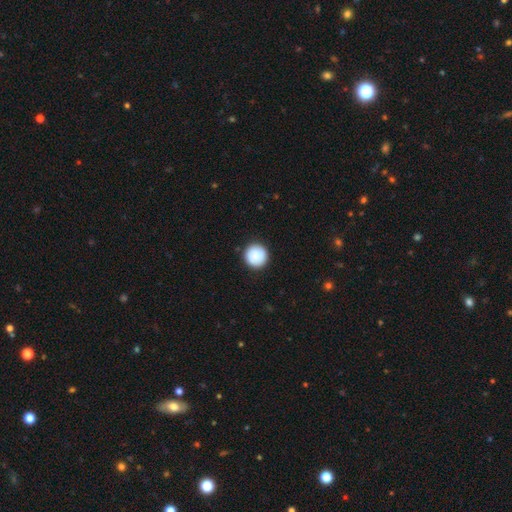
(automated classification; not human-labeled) A smooth galaxy with no disk features (88%) that is round (96%). Merging: none (91%).